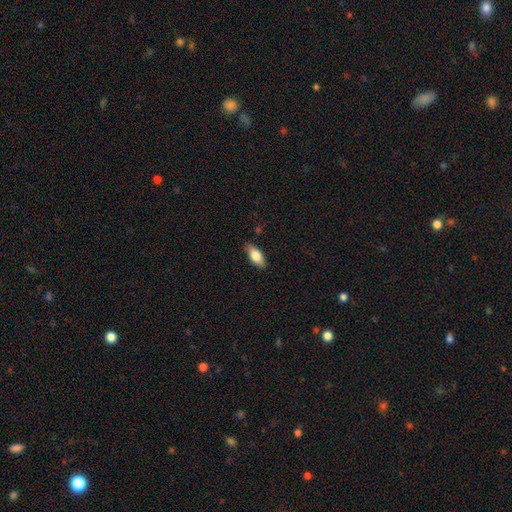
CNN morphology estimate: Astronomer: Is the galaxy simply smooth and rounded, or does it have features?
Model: smooth — 77%.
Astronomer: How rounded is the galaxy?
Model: in between — 85%.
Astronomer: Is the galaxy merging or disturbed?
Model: none — 86%.